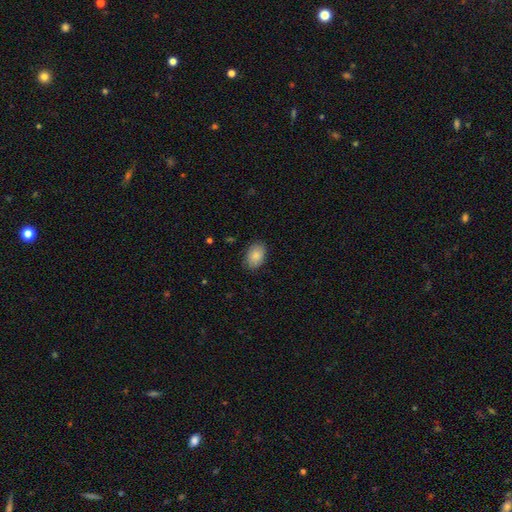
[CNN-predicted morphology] smooth_or_featured: smooth (p=0.86) [alt: featured or disk p=0.07]
how_rounded: in between (p=0.86) [alt: round p=0.13]
merging: none (p=0.84) [alt: minor disturbance p=0.12]